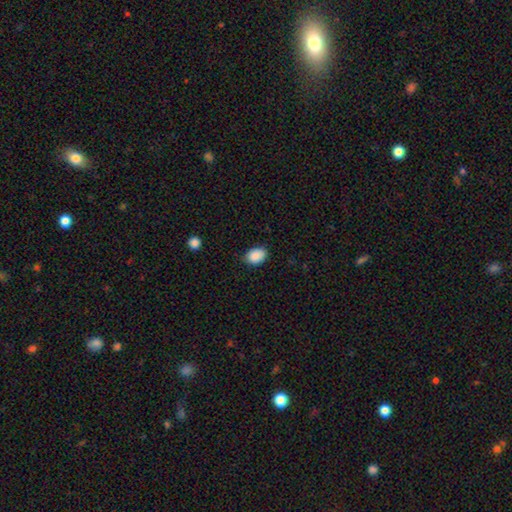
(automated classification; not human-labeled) The model was most divided on "how rounded": in between: 77%, round: 22%, cigar-shaped: 1%. More confident: smooth or featured — smooth (89%); merging — none (81%).